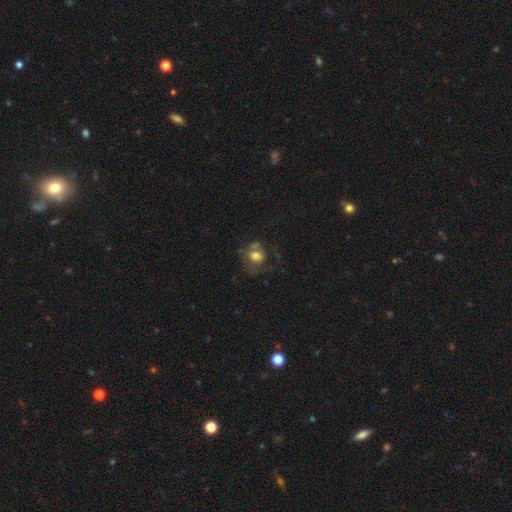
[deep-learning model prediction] smooth 55%, featured or disk 34%, star or artifact 11%. Down the decision tree: how rounded — round (65%); merging — none (40%).